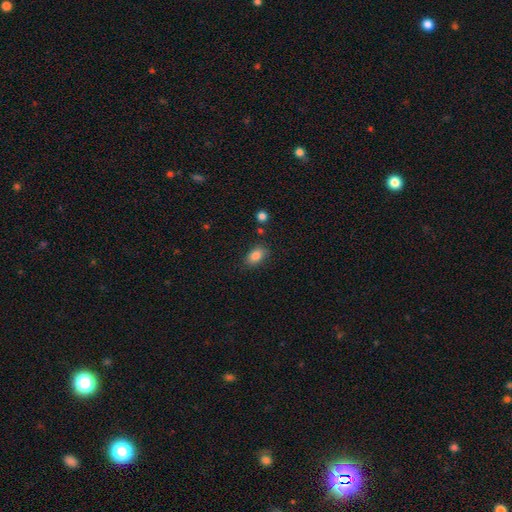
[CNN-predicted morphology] This is clearly a smooth galaxy (85%). How rounded: clearly in between (85%). Merging: clearly none (81%).